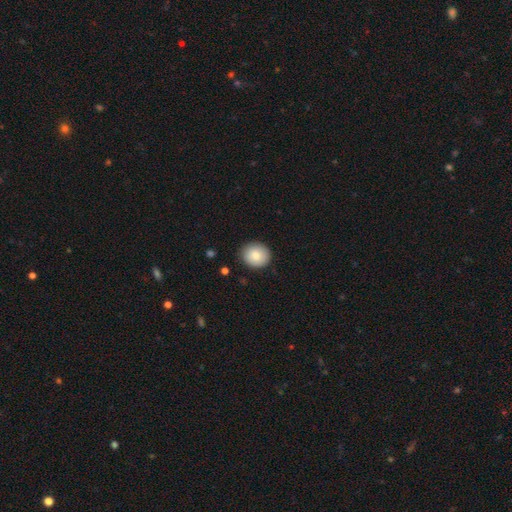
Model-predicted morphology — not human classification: Overall: smooth (83%). How rounded: round (78%). Merging: none (88%).